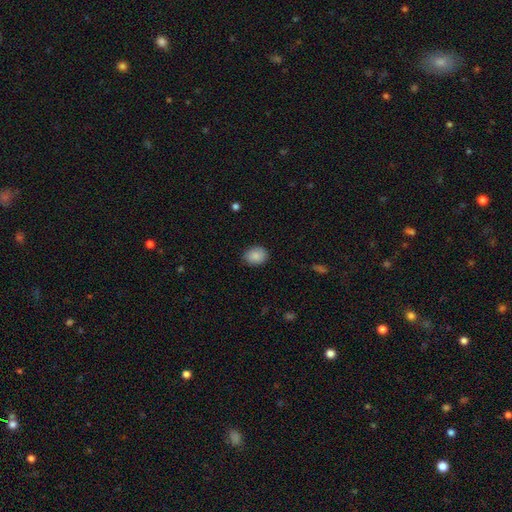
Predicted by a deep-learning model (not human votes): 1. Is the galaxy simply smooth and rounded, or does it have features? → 88% smooth, 7% star or artifact, 5% featured or disk.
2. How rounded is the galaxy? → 51% in between, 48% round, 1% cigar-shaped.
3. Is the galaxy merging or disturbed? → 86% none, 10% minor disturbance, 2% major disturbance, 1% merger.